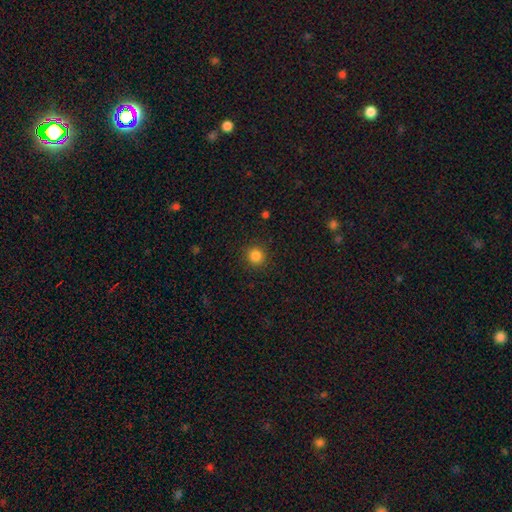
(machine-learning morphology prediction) The model was most divided on "smooth or featured": smooth: 84%, star or artifact: 12%, featured or disk: 4%. More confident: how rounded — round (93%); merging — none (91%).